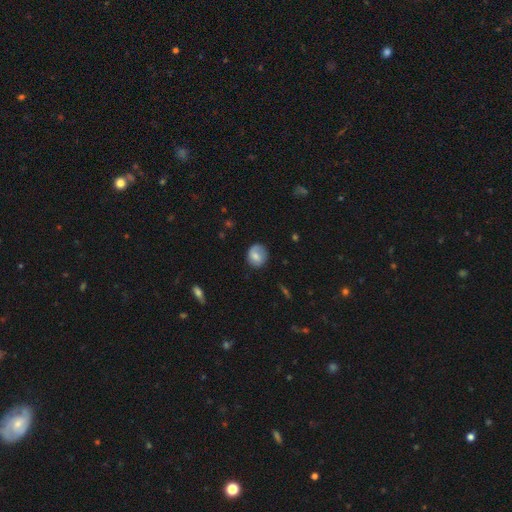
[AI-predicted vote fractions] Q: Smooth or featured?
A: smooth (69%); runner-up: featured or disk (23%)
Q: How rounded?
A: round (74%); runner-up: in between (25%)
Q: Merging?
A: none (73%); runner-up: minor disturbance (20%)